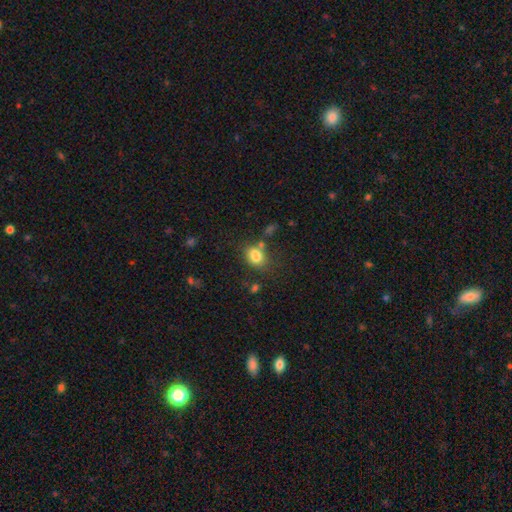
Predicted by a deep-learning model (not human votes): Morphology: type=smooth (80%); roundness=in between (59%); merging=none (59%).